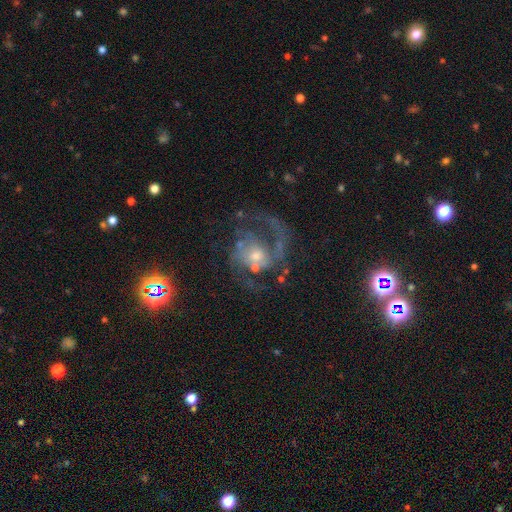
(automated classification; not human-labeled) featured or disk 81%, star or artifact 9%, smooth 9%. Down the decision tree: edge-on disk — no (98%); bar — no (64%); spiral arms — yes (90%); spiral arm count — 2 (60%); spiral winding — medium (50%); bulge size — moderate (47%); merging — none (53%).